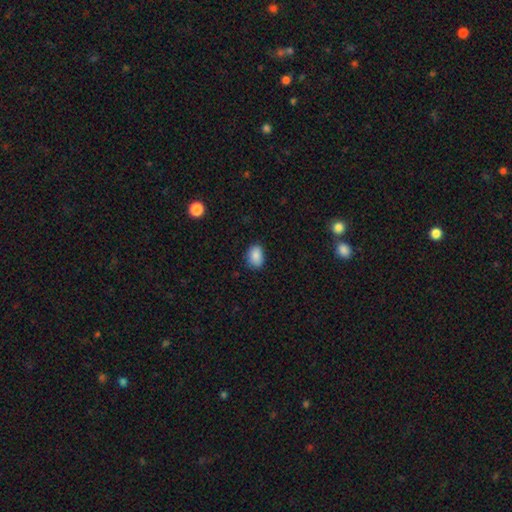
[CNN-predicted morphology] smooth_or_featured: smooth (p=0.87) [alt: star or artifact p=0.08]
how_rounded: in between (p=0.76) [alt: round p=0.23]
merging: none (p=0.79) [alt: minor disturbance p=0.17]